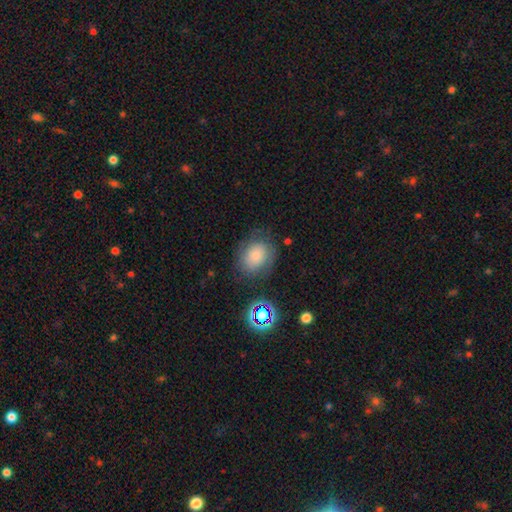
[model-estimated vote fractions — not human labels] A smooth galaxy with no disk features (73%) that is round (53%). Merging: none (70%).